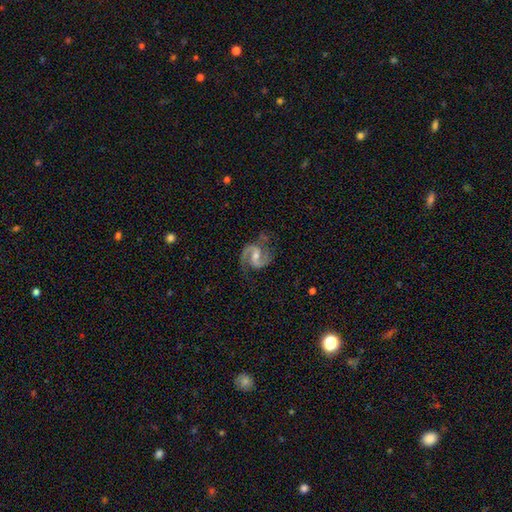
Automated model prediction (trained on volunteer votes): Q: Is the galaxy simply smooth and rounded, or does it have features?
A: featured or disk — 92%.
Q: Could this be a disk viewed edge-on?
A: no — 98%.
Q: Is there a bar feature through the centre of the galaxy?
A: weak — 53%.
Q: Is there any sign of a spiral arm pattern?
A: yes — 98%.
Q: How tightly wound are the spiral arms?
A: medium — 64%.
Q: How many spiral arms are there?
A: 2 — 94%.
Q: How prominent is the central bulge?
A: moderate — 53%.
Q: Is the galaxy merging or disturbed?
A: none — 76%.